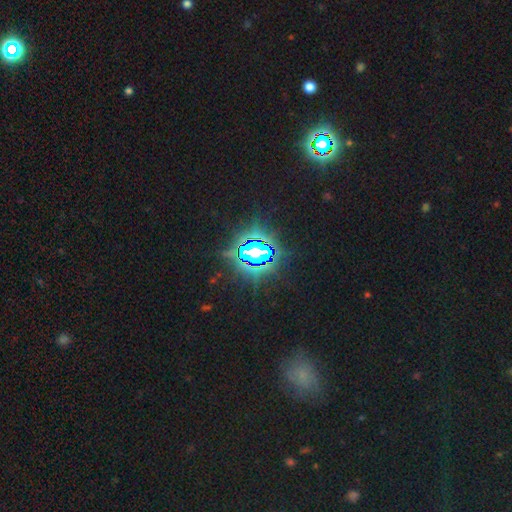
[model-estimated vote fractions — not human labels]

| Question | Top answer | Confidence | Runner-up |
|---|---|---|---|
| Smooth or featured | star or artifact | 81% | smooth (10%) |